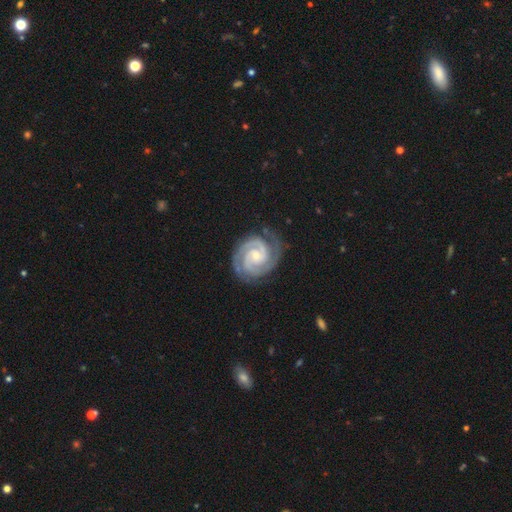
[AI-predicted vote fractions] This appears to be a featured or disk galaxy (93%) with no bar (62%), 2 (80%) tight (72%) spiral arms (99%) and a small central bulge (65%). Merging: none (80%).